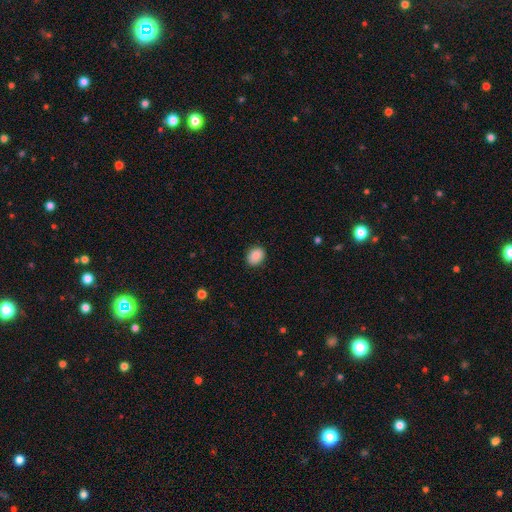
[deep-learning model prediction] A smooth galaxy with no disk features (89%) that is in between round and cigar-shaped (53%). Merging: none (89%).